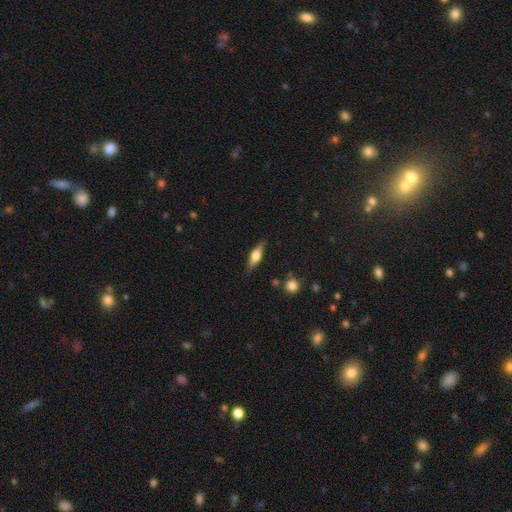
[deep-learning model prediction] Smooth or featured? smooth (50%)
How rounded? in between (48%, tied with cigar-shaped)
Merging? none (83%)